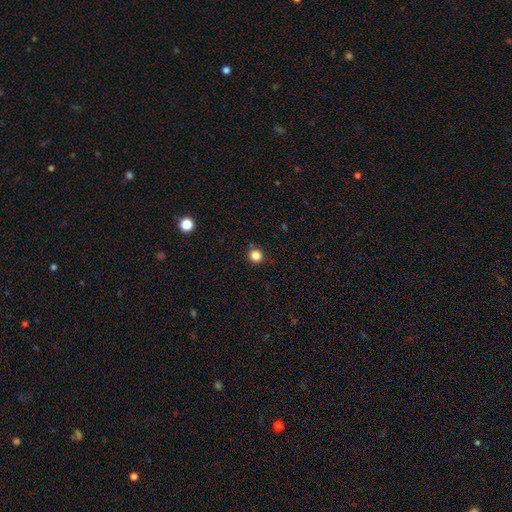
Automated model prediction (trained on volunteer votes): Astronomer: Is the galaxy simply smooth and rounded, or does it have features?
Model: smooth — 83%.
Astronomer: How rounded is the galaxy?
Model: round — 94%.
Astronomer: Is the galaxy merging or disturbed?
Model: none — 88%.